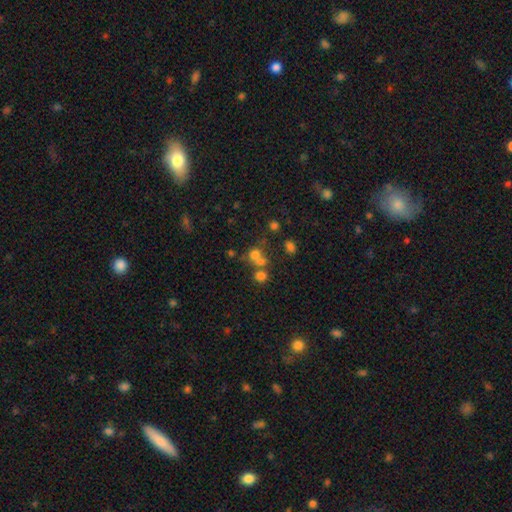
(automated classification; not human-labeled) Morphology: type=smooth (64%); roundness=round (78%); merging=none (43%, tied with merger).